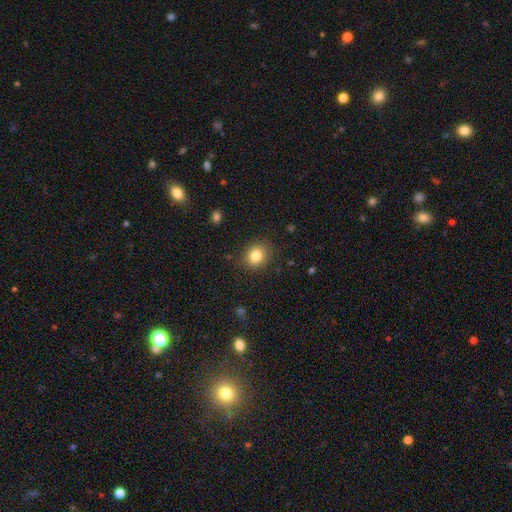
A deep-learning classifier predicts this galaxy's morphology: The model was most divided on "how rounded": round: 64%, in between: 35%, cigar-shaped: 1%. More confident: merging — none (86%); smooth or featured — smooth (82%).